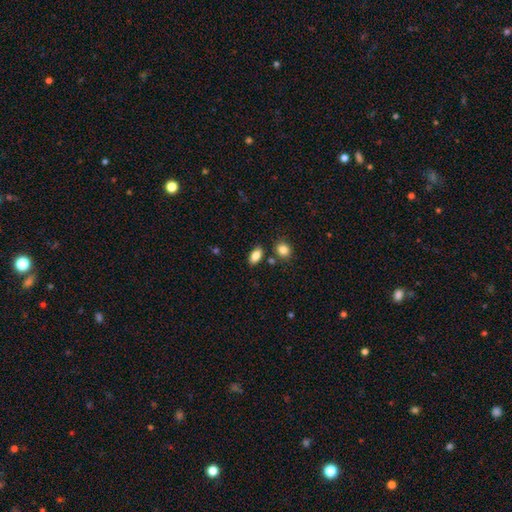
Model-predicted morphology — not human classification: Smooth or featured: smooth — 85% (star or artifact — 8%)
How rounded: in between — 90% (round — 7%)
Merging: none — 80% (minor disturbance — 10%)